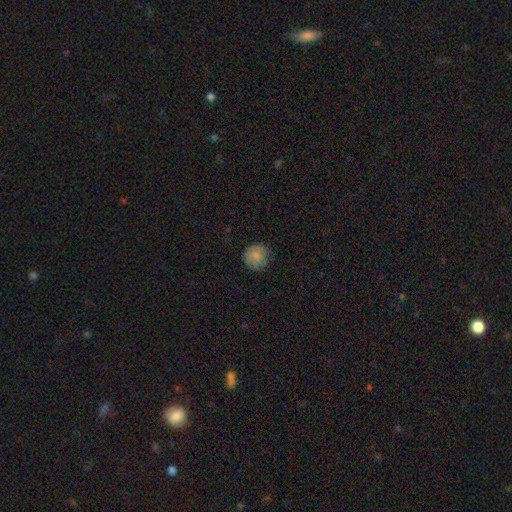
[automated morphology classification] A smooth galaxy with no disk features (82%) that is round (91%). Merging: none (77%).